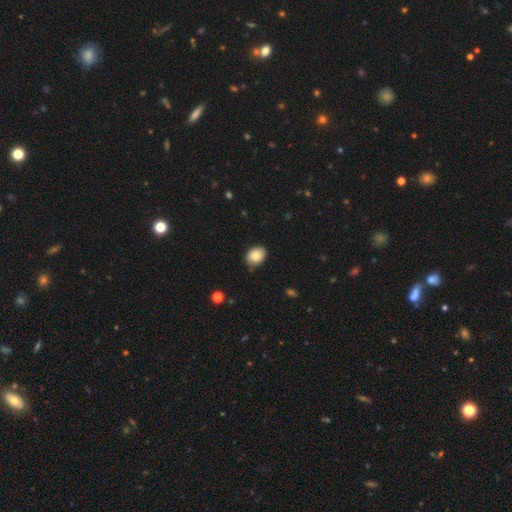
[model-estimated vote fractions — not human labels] smooth 86%, star or artifact 8%, featured or disk 6%. Down the decision tree: how rounded — in between (55%); merging — none (75%).